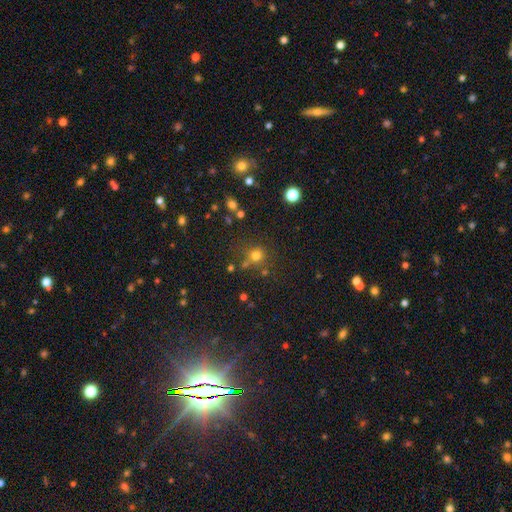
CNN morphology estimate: smooth 69%, star or artifact 22%, featured or disk 9%. Down the decision tree: how rounded — round (88%); merging — none (68%).